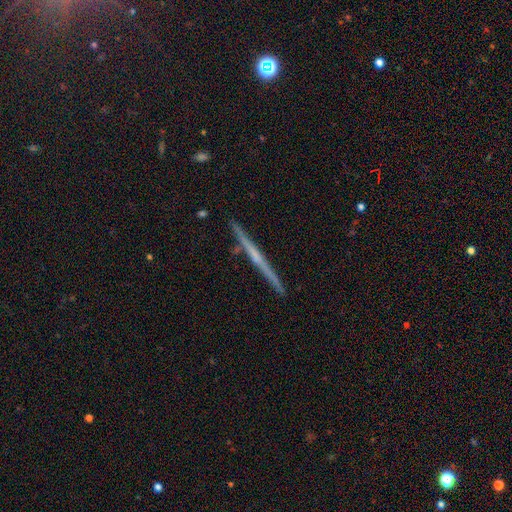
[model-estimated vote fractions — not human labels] featured or disk 71%, smooth 23%, star or artifact 6%. Down the decision tree: edge-on disk — yes (98%); edge-on bulge — none (59%); merging — none (91%).